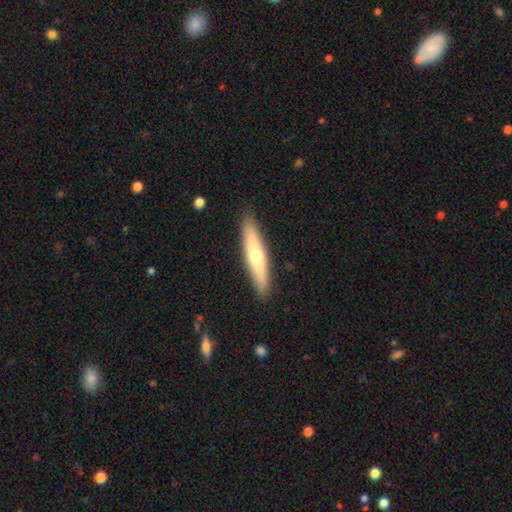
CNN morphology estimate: smooth-or-featured: smooth: 51% | featured or disk: 43% | star or artifact: 6%
  how-rounded: cigar-shaped: 83% | in between: 15% | round: 2%
  merging: none: 90% | minor disturbance: 8% | major disturbance: 2% | merger: 1%